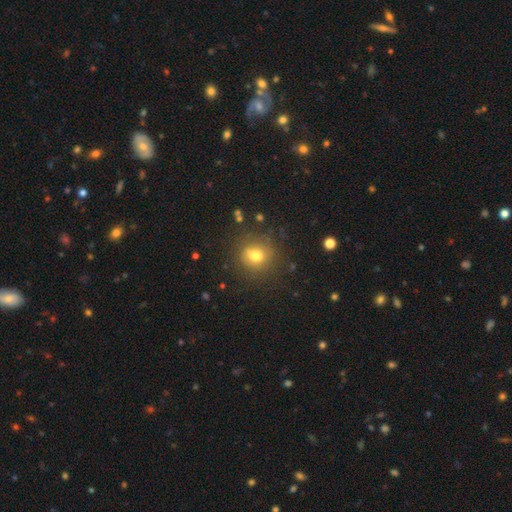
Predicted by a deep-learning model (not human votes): Smooth or featured: smooth — 72% (star or artifact — 14%)
How rounded: round — 74% (in between — 25%)
Merging: none — 77% (minor disturbance — 14%)